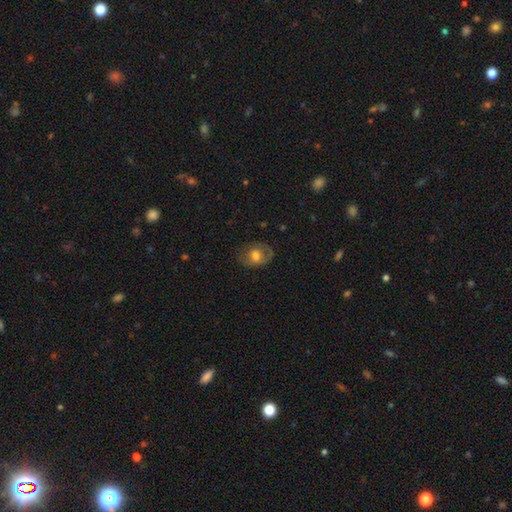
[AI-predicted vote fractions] Smooth or featured? smooth (56%)
How rounded? in between (58%)
Merging? none (66%)